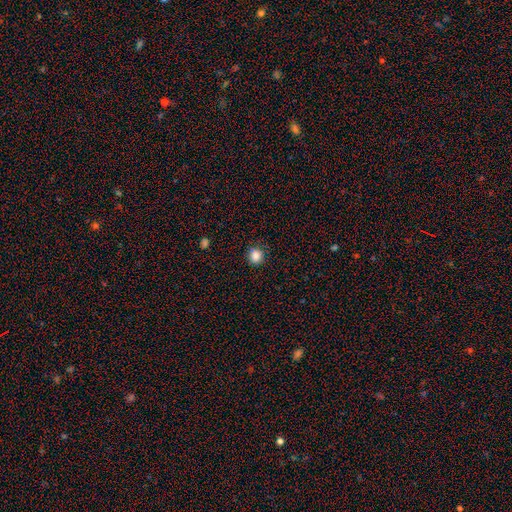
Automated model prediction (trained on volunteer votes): Q: Smooth or featured?
A: smooth (85%); runner-up: star or artifact (11%)
Q: How rounded?
A: round (85%); runner-up: in between (14%)
Q: Merging?
A: none (87%); runner-up: minor disturbance (9%)